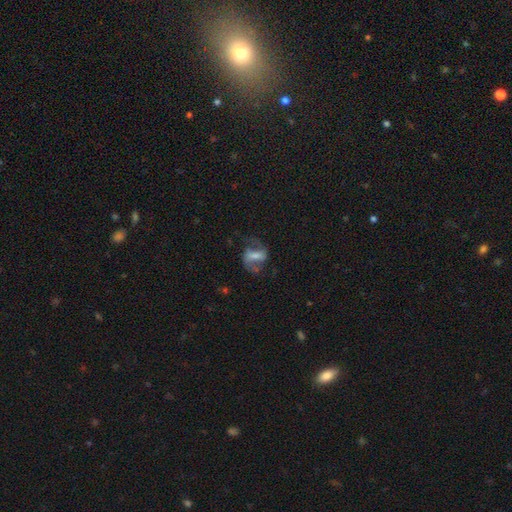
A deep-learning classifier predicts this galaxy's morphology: Smooth or featured? featured or disk (65%)
Edge-on disk? no (95%)
Bar? strong (47%)
Spiral arms? yes (80%)
Bulge size? moderate (38%)
Merging? none (57%)